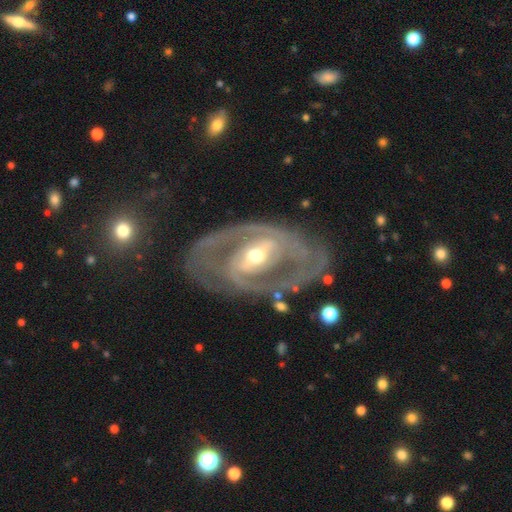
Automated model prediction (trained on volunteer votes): Smooth or featured: featured or disk — 90% (smooth — 6%)
Edge-on disk: no — 96% (yes — 4%)
Bar: strong — 45% (weak — 35%)
Spiral arms: yes — 92% (no — 8%)
Spiral winding: tight — 45% (medium — 42%)
Spiral arm count: 2 — 80% (can't tell — 8%)
Bulge size: moderate — 65% (small — 27%)
Merging: none — 69% (minor disturbance — 17%)